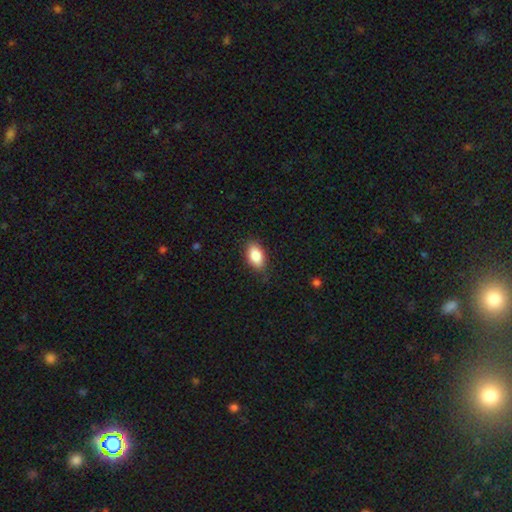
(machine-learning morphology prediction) Smooth or featured: smooth — 86% (star or artifact — 7%)
How rounded: in between — 90% (round — 6%)
Merging: none — 82% (minor disturbance — 14%)